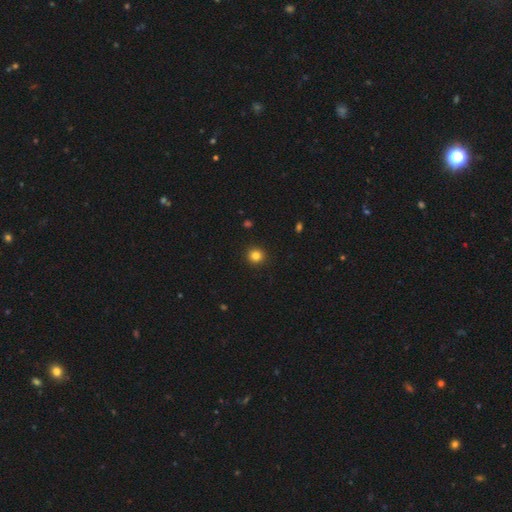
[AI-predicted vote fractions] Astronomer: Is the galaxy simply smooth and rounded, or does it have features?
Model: smooth — 83%.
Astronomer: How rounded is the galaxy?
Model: round — 93%.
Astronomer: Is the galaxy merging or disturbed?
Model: none — 92%.